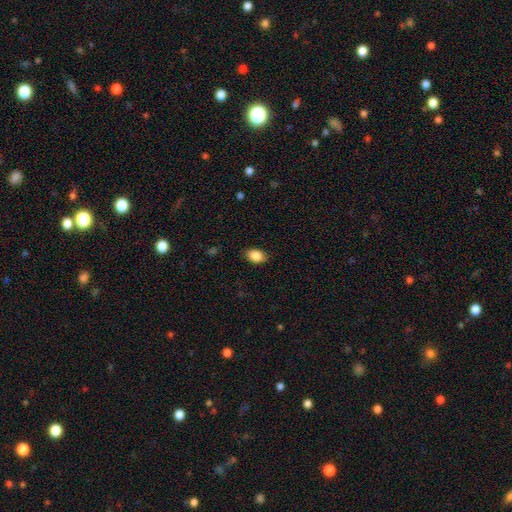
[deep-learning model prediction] Smooth or featured? Predicted: smooth (p=0.88). How rounded? Predicted: in between (p=0.82). Merging? Predicted: none (p=0.86).